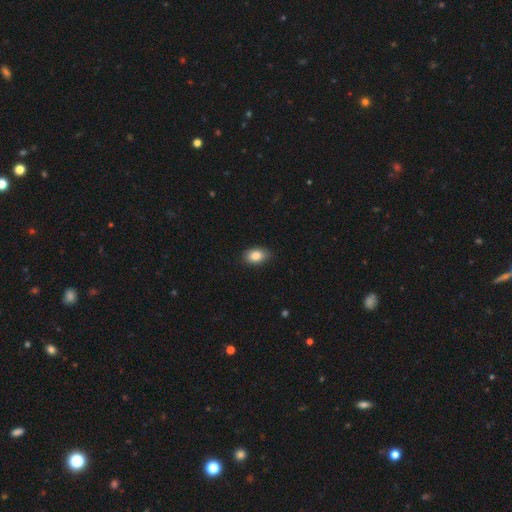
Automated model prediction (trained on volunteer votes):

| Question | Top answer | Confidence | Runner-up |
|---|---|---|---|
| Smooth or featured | smooth | 84% | star or artifact (8%) |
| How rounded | in between | 86% | round (13%) |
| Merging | none | 86% | minor disturbance (11%) |